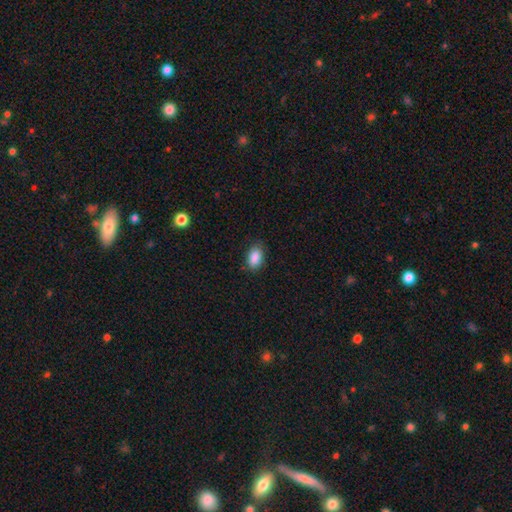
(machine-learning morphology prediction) This appears to be a smooth galaxy with no disk features (88%) that is in between round and cigar-shaped (90%). Merging: none (83%).